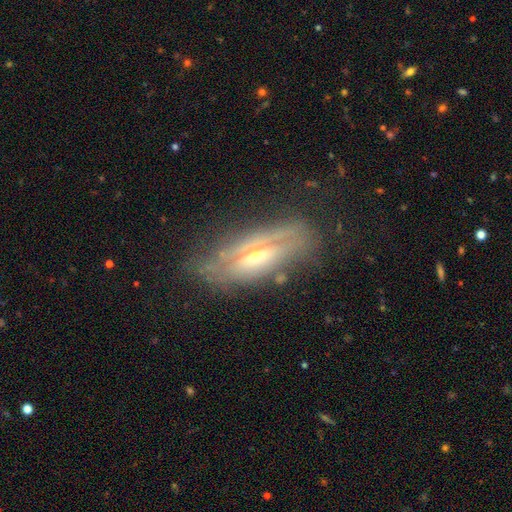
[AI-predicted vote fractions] Smooth or featured? featured or disk (71%)
Edge-on disk? yes (61%)
Merging? none (69%)